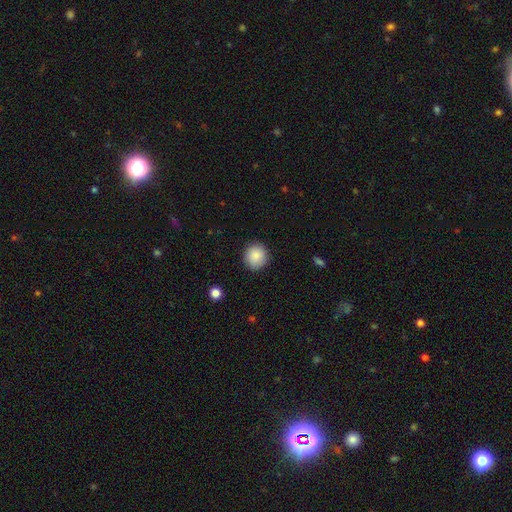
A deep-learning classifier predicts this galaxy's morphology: The model was most divided on "smooth or featured": smooth: 87%, star or artifact: 8%, featured or disk: 5%. More confident: how rounded — round (92%); merging — none (90%).